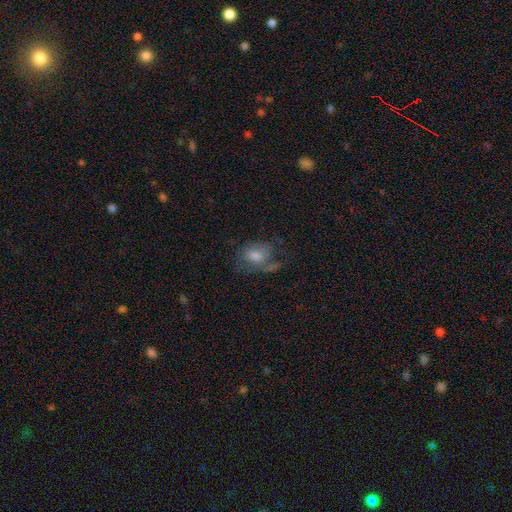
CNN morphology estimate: Overall: smooth (47%; featured or disk 40%). Merging: none (40%; major disturbance 31%).